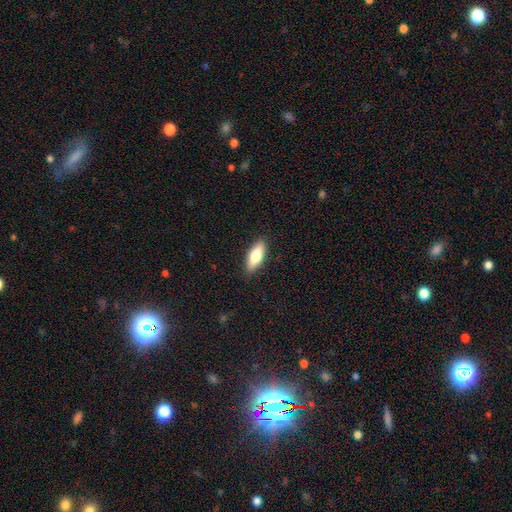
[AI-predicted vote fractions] Smooth or featured? smooth (74%)
How rounded? in between (68%)
Merging? none (88%)